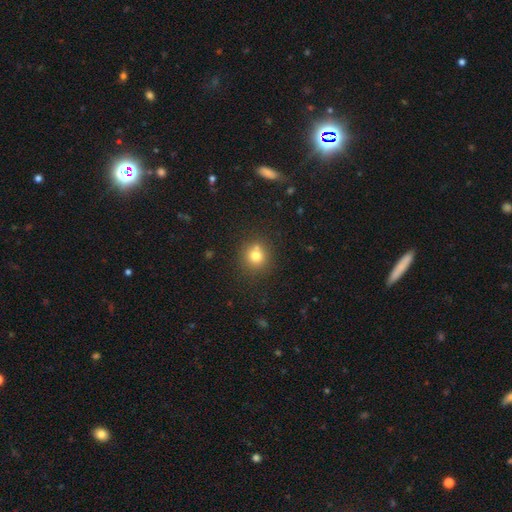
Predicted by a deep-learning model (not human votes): Q: Smooth or featured?
A: smooth (74%); runner-up: star or artifact (14%)
Q: How rounded?
A: round (90%); runner-up: in between (10%)
Q: Merging?
A: none (69%); runner-up: merger (18%)